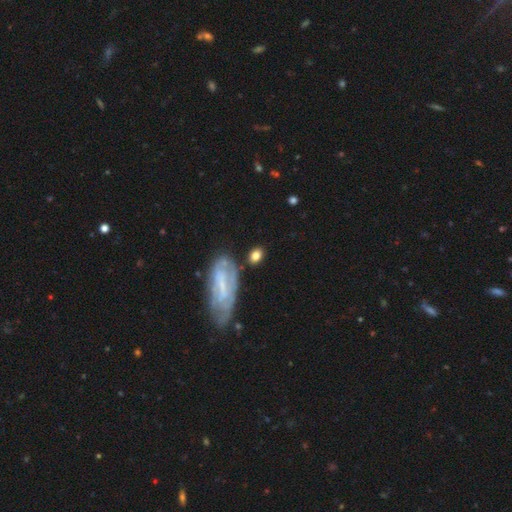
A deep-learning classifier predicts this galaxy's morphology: A smooth galaxy with no disk features (71%) that is in between round and cigar-shaped (67%).

Vote fractions:
- Smooth or featured? smooth: 71% / featured or disk: 22% / star or artifact: 8%
- How rounded? in between: 67% / round: 29% / cigar-shaped: 4%
- Merging? none: 71% / minor disturbance: 16% / major disturbance: 6% / merger: 6%